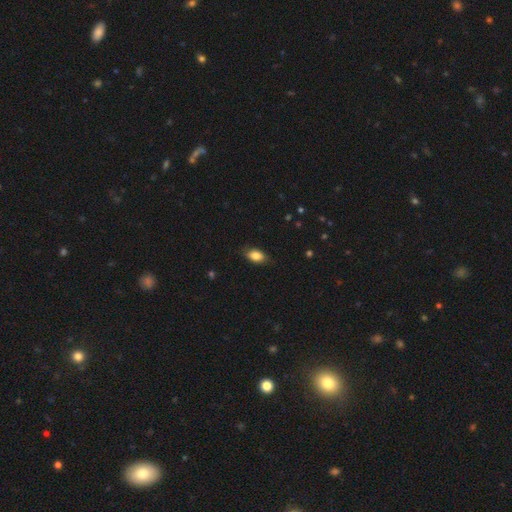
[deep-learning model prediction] The model was most divided on "merging": none: 79%, minor disturbance: 17%, major disturbance: 3%, merger: 1%. More confident: how rounded — in between (89%); smooth or featured — smooth (84%).